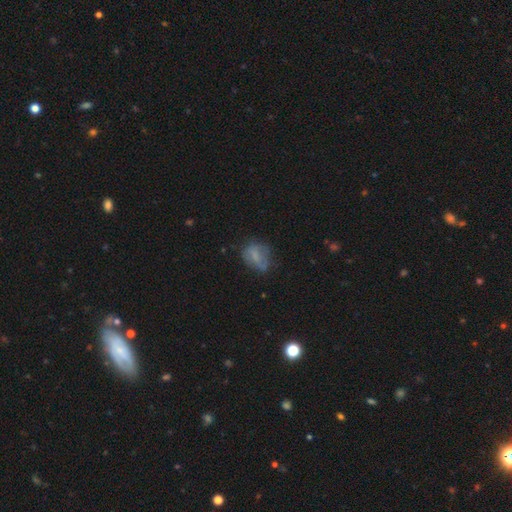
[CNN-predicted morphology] Smooth or featured? smooth (58%)
How rounded? in between (61%)
Merging? none (46%)